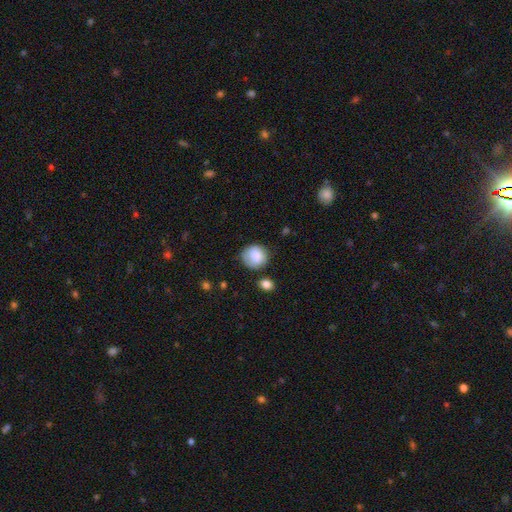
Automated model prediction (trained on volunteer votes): Smooth or featured? Predicted: smooth (p=0.83). How rounded? Predicted: round (p=0.85). Merging? Predicted: none (p=0.68).